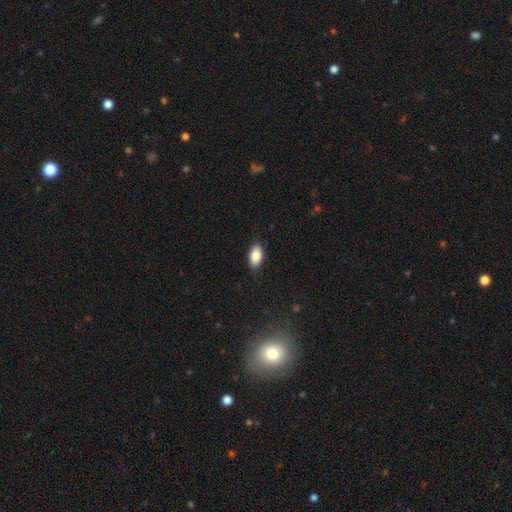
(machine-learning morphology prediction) The model was most divided on "merging": none: 86%, minor disturbance: 11%, major disturbance: 2%, merger: 1%. More confident: how rounded — in between (92%); smooth or featured — smooth (86%).